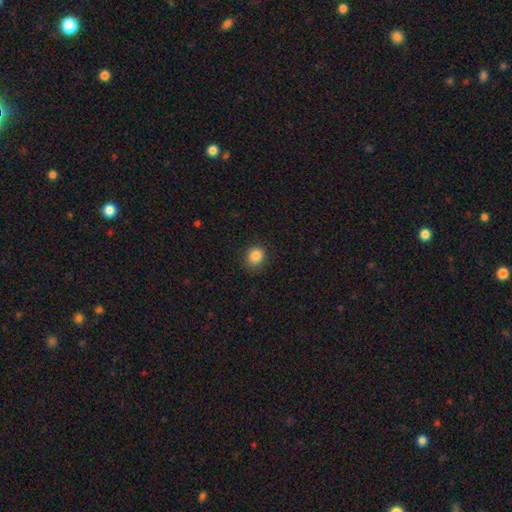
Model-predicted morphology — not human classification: Smooth or featured?
  - smooth: 85% *
  - star or artifact: 10%
  - featured or disk: 4%
How rounded?
  - round: 78% *
  - in between: 21%
  - cigar-shaped: 1%
Merging?
  - none: 86% *
  - minor disturbance: 11%
  - major disturbance: 3%
  - merger: 1%